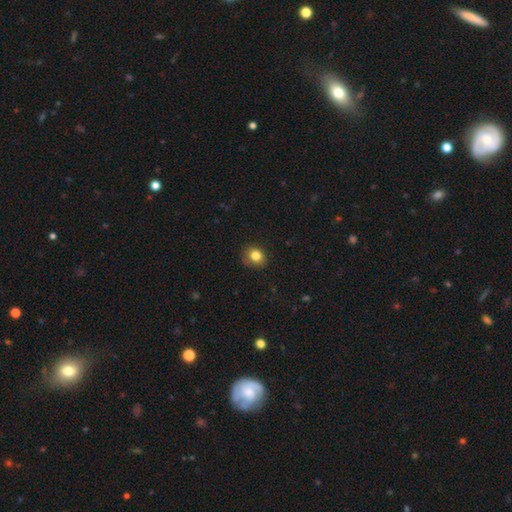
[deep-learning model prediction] Smooth or featured: smooth — 81% (star or artifact — 11%)
How rounded: round — 65% (in between — 34%)
Merging: none — 79% (minor disturbance — 17%)